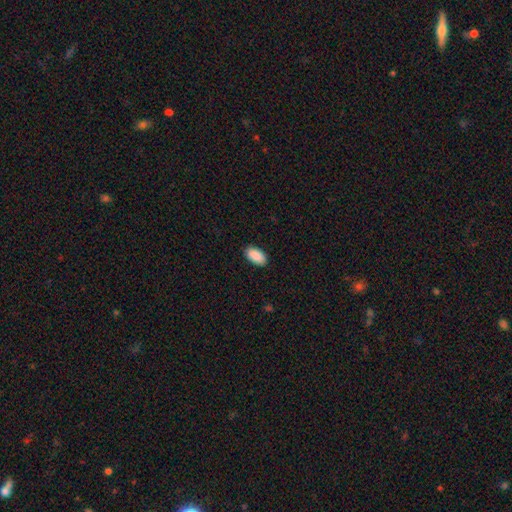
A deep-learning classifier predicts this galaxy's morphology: Smooth or featured?
  - smooth: 91% *
  - star or artifact: 6%
  - featured or disk: 3%
How rounded?
  - in between: 95% *
  - cigar-shaped: 2%
  - round: 2%
Merging?
  - none: 89% *
  - minor disturbance: 9%
  - major disturbance: 2%
  - merger: 1%